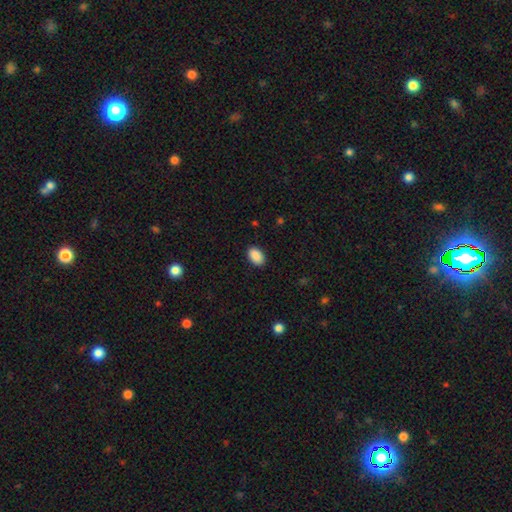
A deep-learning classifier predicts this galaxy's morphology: smooth 90%, star or artifact 7%, featured or disk 3%. Down the decision tree: how rounded — in between (89%); merging — none (90%).